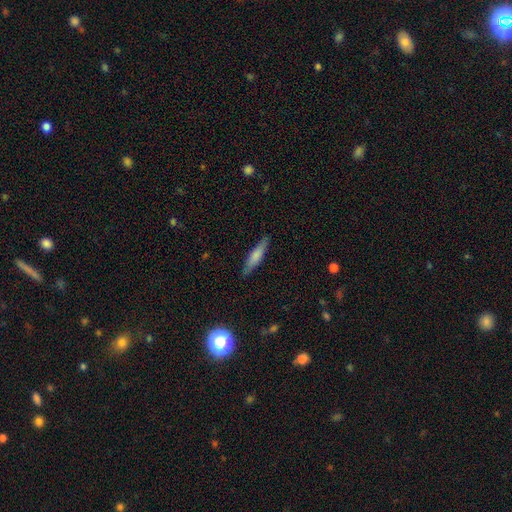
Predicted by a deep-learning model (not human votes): This appears to be a smooth galaxy with no disk features (71%) that is cigar-shaped (82%). Merging: none (86%).